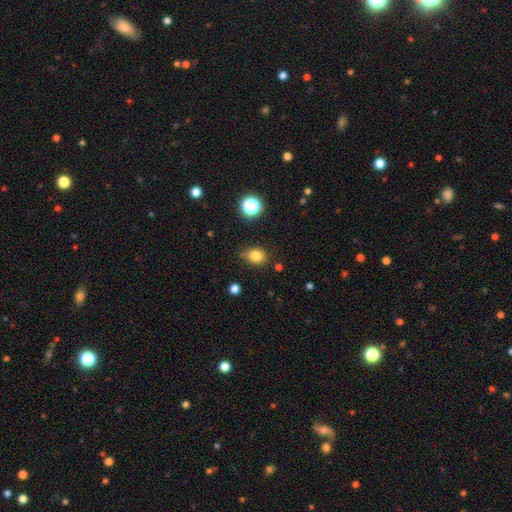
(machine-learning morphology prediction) Smooth or featured? Predicted: smooth (p=0.81). How rounded? Predicted: in between (p=0.57). Merging? Predicted: none (p=0.79).